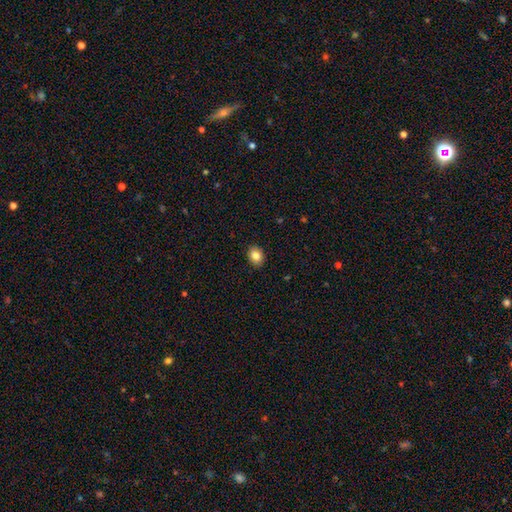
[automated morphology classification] smooth_or_featured: smooth (p=0.84) [alt: star or artifact p=0.09]
how_rounded: in between (p=0.60) [alt: round p=0.39]
merging: none (p=0.90) [alt: minor disturbance p=0.08]